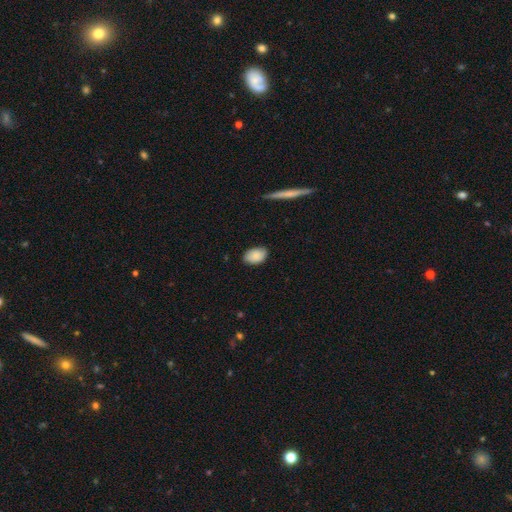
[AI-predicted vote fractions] The model was most divided on "merging": none: 79%, minor disturbance: 17%, major disturbance: 3%, merger: 1%. More confident: how rounded — in between (86%); smooth or featured — smooth (84%).